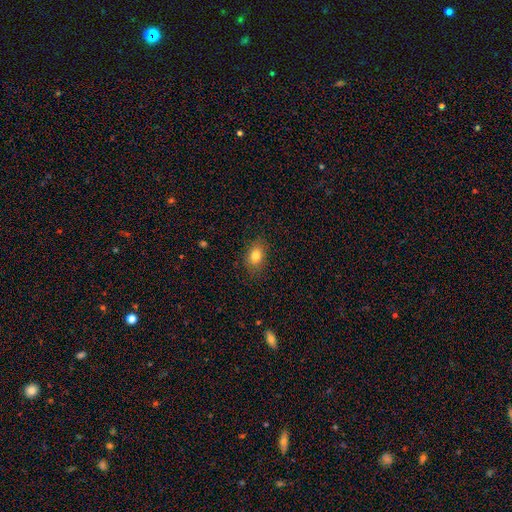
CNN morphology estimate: Smooth or featured?
  - smooth: 81% *
  - star or artifact: 10%
  - featured or disk: 9%
How rounded?
  - in between: 78% *
  - round: 21%
  - cigar-shaped: 2%
Merging?
  - none: 85% *
  - minor disturbance: 11%
  - major disturbance: 3%
  - merger: 1%